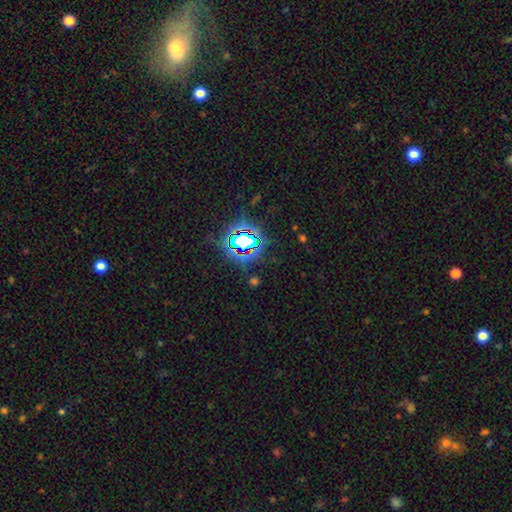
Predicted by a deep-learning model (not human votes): The model was most divided on "smooth or featured": star or artifact: 74%, smooth: 16%, featured or disk: 10%.